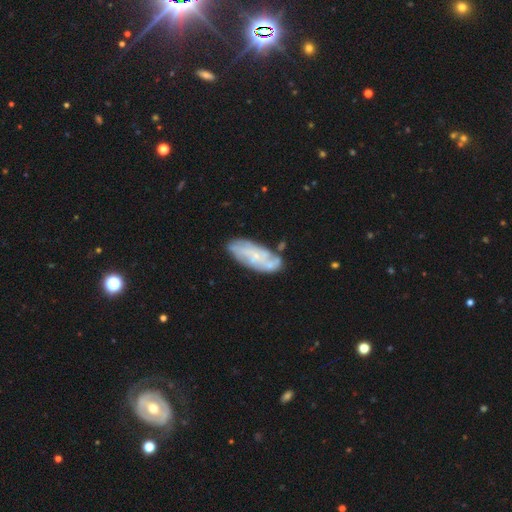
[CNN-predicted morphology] Overall: featured or disk (59%; smooth 34%). Edge-on disk: no (89%). Bar: no (74%). Spiral arms: yes (66%; no 34%). Bulge size: small (71%). Merging: none (60%; minor disturbance 22%).